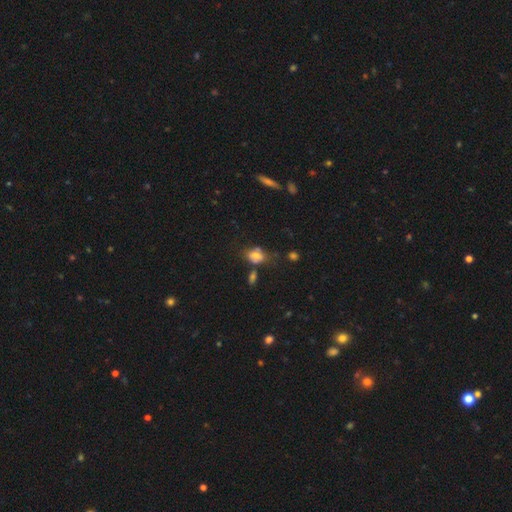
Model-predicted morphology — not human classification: A smooth galaxy with no disk features (62%) that is in between round and cigar-shaped (66%). Merging: none (42%).